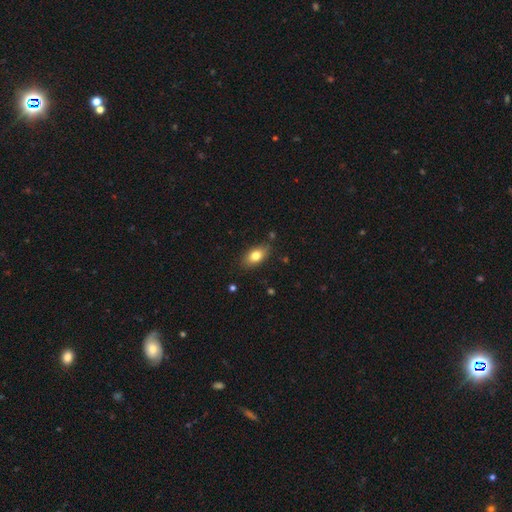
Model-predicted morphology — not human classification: Overall: smooth (78%). How rounded: in between (87%). Merging: none (81%).